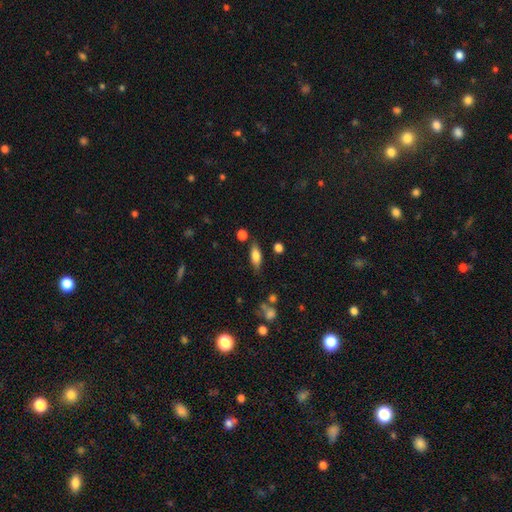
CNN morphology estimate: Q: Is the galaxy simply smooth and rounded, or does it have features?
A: smooth — 72%.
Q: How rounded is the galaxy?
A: in between — 68%.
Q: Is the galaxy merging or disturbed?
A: none — 76%.